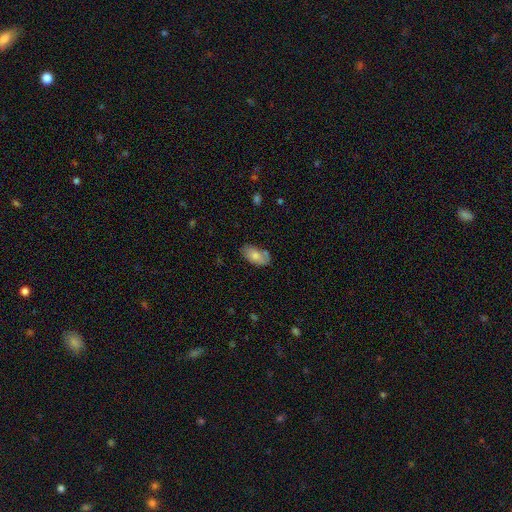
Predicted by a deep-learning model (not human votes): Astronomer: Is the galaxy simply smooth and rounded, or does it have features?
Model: smooth — 73%.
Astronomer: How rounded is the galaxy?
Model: in between — 94%.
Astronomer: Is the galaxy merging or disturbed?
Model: none — 60%.